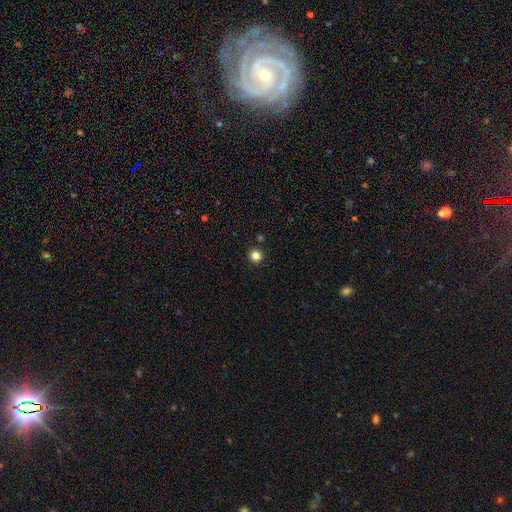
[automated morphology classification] This is clearly a smooth galaxy (83%). How rounded: clearly round (95%). Merging: clearly none (92%).